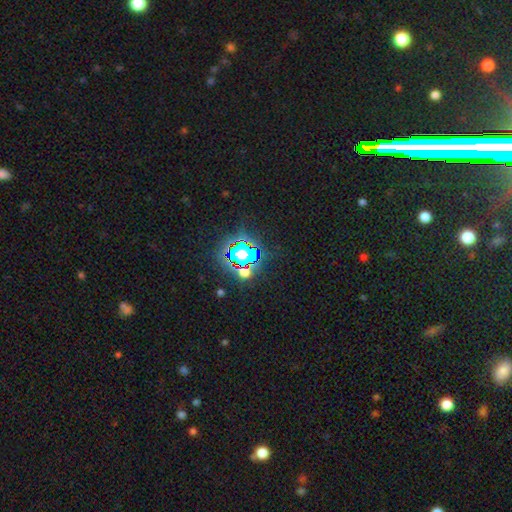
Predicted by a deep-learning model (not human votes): star or artifact 80%, smooth 12%, featured or disk 8%.